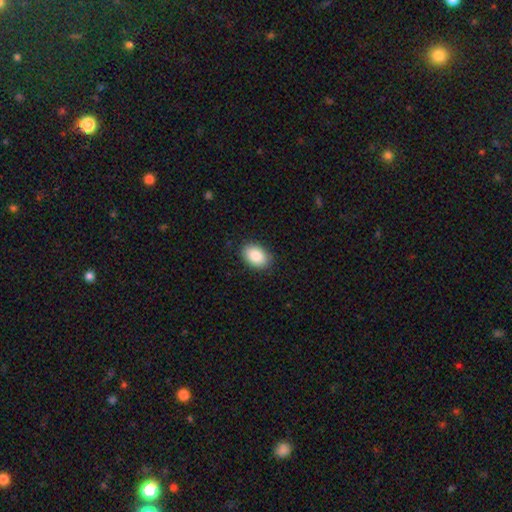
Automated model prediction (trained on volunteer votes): Overall: smooth (88%). How rounded: in between (85%). Merging: none (88%).